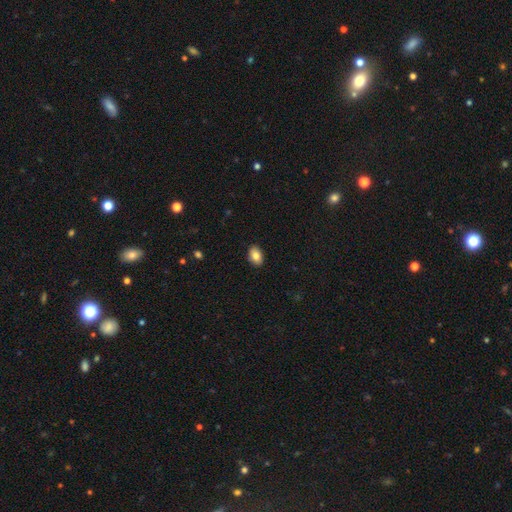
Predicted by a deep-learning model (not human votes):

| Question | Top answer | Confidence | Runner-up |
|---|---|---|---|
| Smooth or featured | smooth | 83% | featured or disk (9%) |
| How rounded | in between | 84% | round (15%) |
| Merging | none | 89% | minor disturbance (8%) |